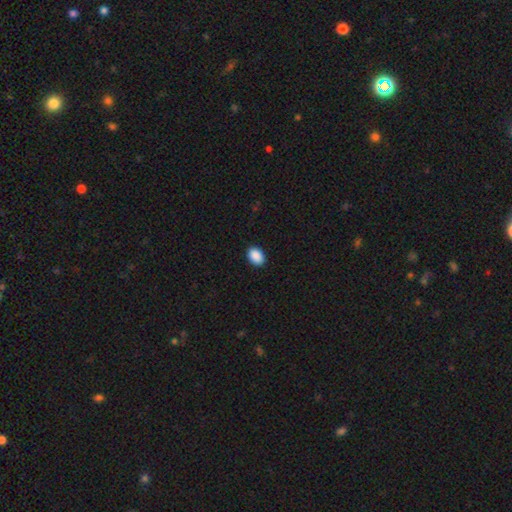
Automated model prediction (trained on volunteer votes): smooth-or-featured: smooth: 90% | star or artifact: 7% | featured or disk: 2%
  how-rounded: in between: 81% | round: 18% | cigar-shaped: 1%
  merging: none: 90% | minor disturbance: 7% | major disturbance: 2% | merger: 1%